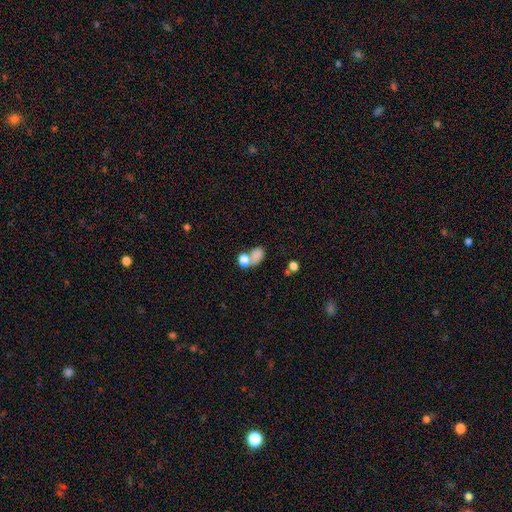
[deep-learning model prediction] smooth 78%, star or artifact 12%, featured or disk 10%. Down the decision tree: how rounded — in between (79%); merging — merger (43%).